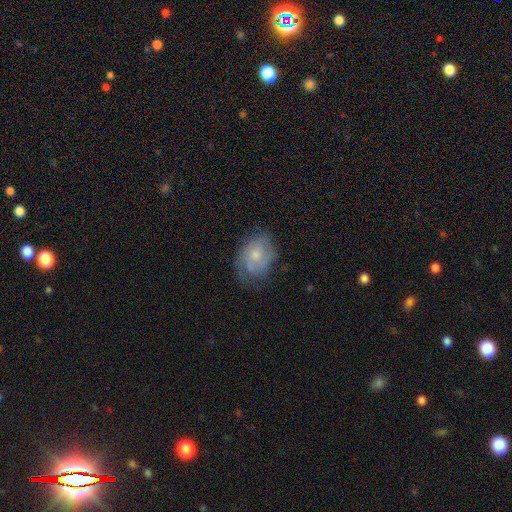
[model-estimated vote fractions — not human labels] Q: Smooth or featured?
A: smooth (48%); runner-up: featured or disk (45%)
Q: Merging?
A: none (59%); runner-up: minor disturbance (27%)